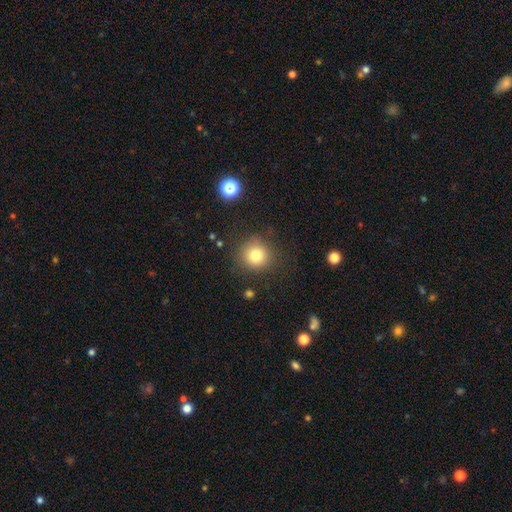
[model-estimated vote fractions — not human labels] Smooth or featured: smooth — 78% (star or artifact — 13%)
How rounded: round — 92% (in between — 7%)
Merging: none — 85% (minor disturbance — 10%)